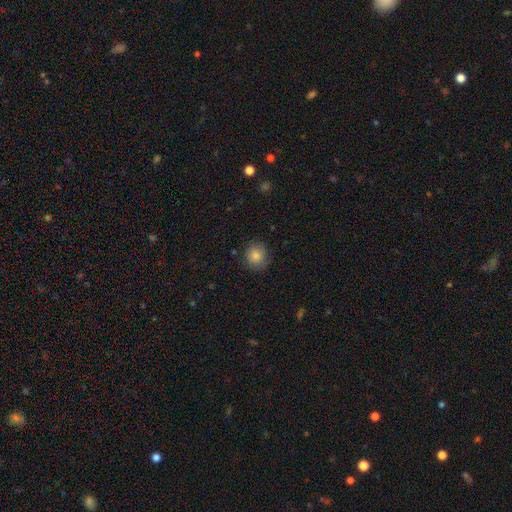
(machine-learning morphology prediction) Smooth or featured?
  - smooth: 85% *
  - star or artifact: 9%
  - featured or disk: 6%
How rounded?
  - round: 84% *
  - in between: 15%
  - cigar-shaped: 1%
Merging?
  - none: 81% *
  - minor disturbance: 14%
  - major disturbance: 3%
  - merger: 1%